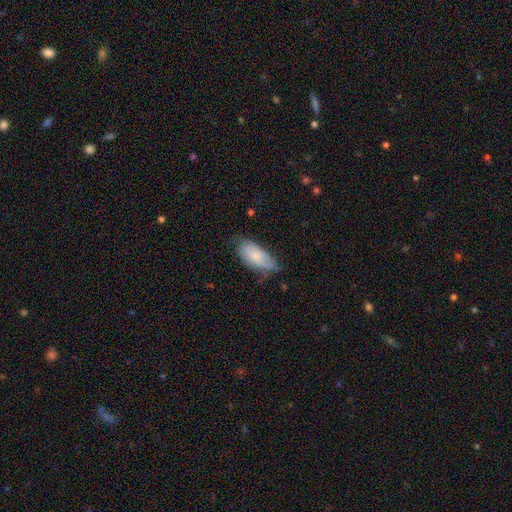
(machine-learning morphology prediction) Smooth or featured? smooth (68%)
How rounded? in between (90%)
Merging? none (51%)